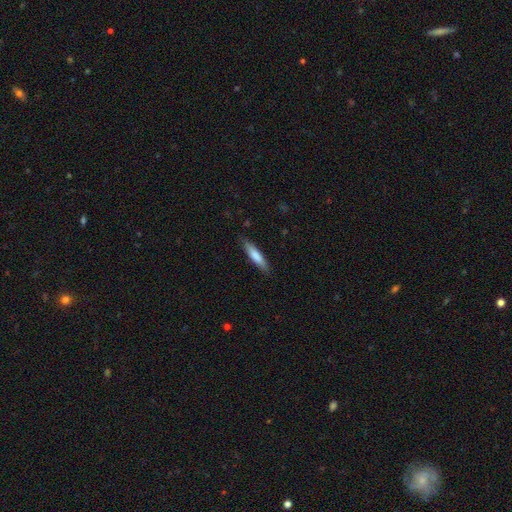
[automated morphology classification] Smooth or featured? smooth (76%)
How rounded? cigar-shaped (81%)
Merging? none (85%)